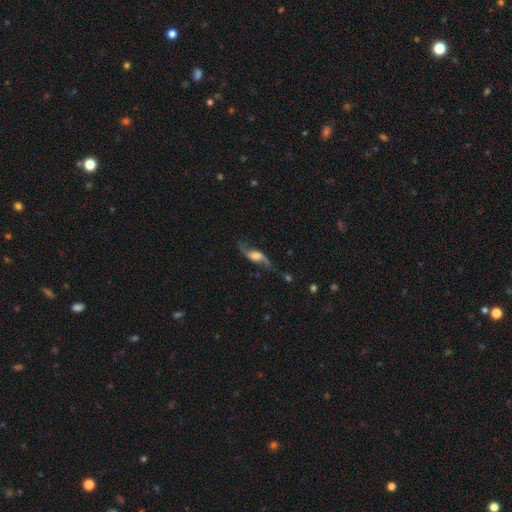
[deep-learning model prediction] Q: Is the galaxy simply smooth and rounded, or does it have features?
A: featured or disk — 80%.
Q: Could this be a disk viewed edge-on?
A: no — 83%.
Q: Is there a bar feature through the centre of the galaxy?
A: no — 50%.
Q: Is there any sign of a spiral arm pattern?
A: yes — 94%.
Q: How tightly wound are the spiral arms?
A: loose — 86%.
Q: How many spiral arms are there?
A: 2 — 93%.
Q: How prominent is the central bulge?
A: large — 37%.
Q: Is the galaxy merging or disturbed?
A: none — 70%.